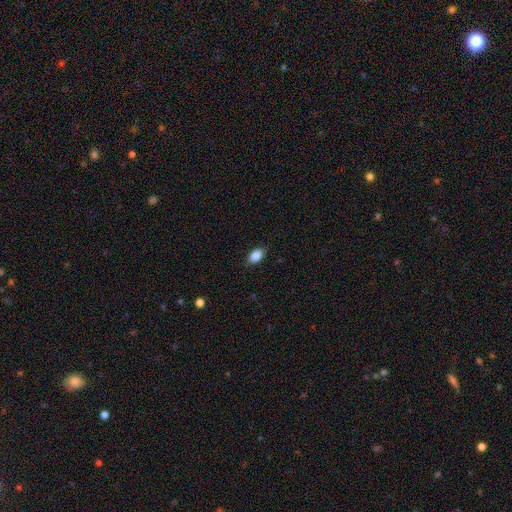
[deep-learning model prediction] Smooth or featured? Predicted: smooth (p=0.86). How rounded? Predicted: in between (p=0.89). Merging? Predicted: none (p=0.87).